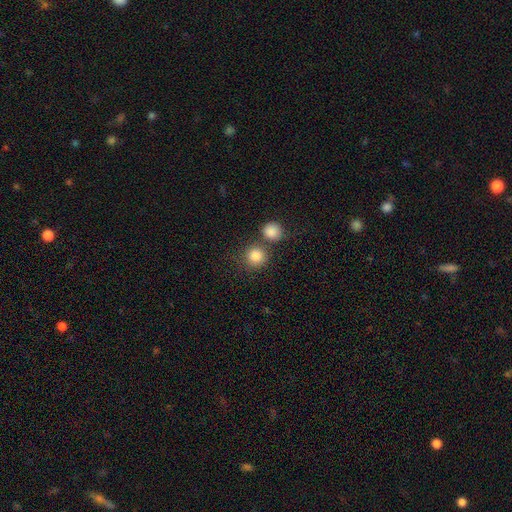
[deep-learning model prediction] smooth-or-featured: smooth: 84% | star or artifact: 10% | featured or disk: 6%
  how-rounded: round: 90% | in between: 9% | cigar-shaped: 1%
  merging: none: 68% | merger: 21% | minor disturbance: 8% | major disturbance: 3%